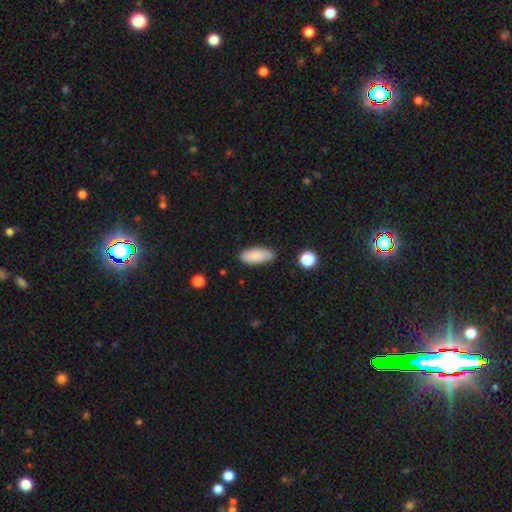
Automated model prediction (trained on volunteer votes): Morphology: type=smooth (85%); roundness=in between (83%); merging=none (81%).